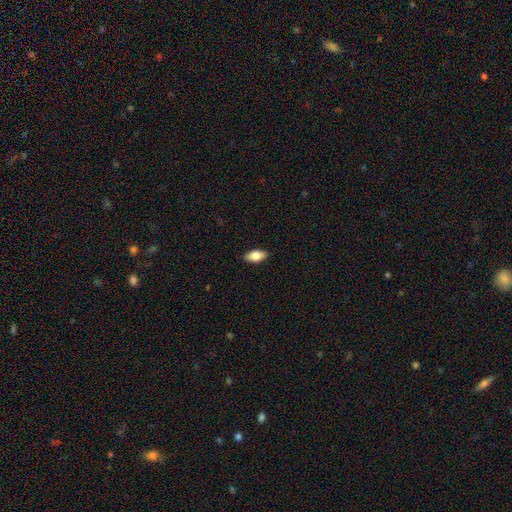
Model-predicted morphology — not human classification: Smooth or featured?
  - smooth: 78% *
  - featured or disk: 15%
  - star or artifact: 7%
How rounded?
  - in between: 89% *
  - cigar-shaped: 7%
  - round: 3%
Merging?
  - none: 89% *
  - minor disturbance: 9%
  - major disturbance: 2%
  - merger: 1%